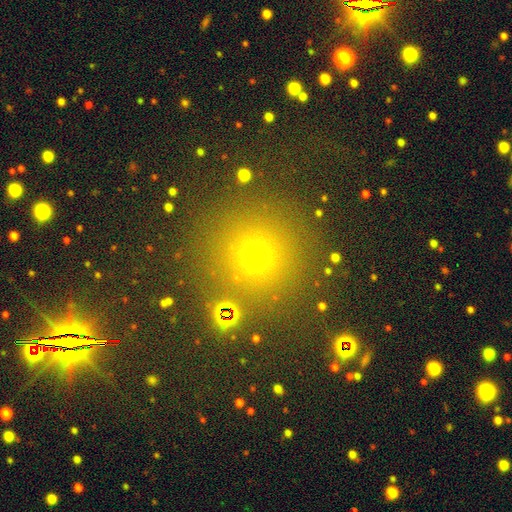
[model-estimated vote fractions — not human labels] smooth 64%, star or artifact 28%, featured or disk 8%. Down the decision tree: how rounded — round (91%); merging — none (83%).